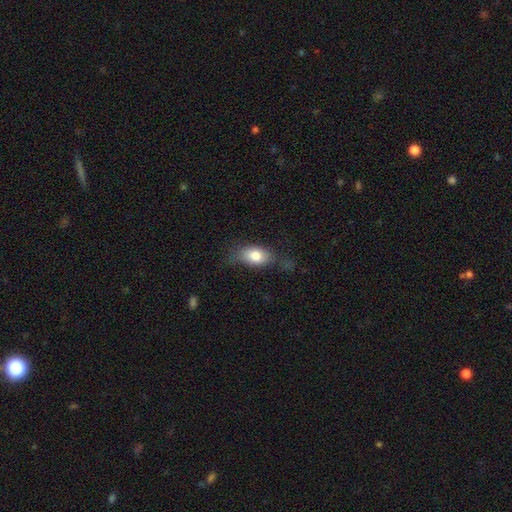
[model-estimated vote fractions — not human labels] Overall: smooth (78%). How rounded: in between (83%). Merging: none (58%; minor disturbance 27%).